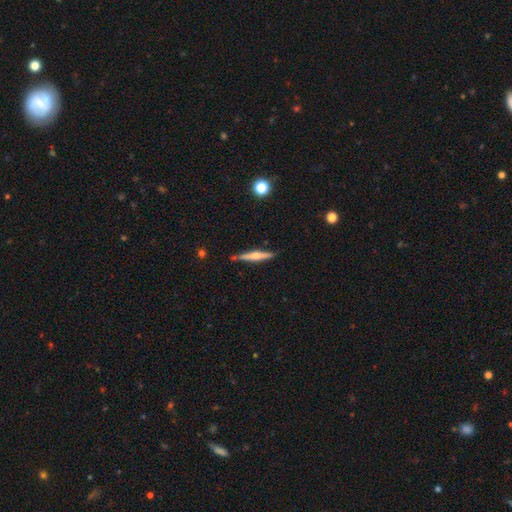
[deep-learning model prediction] This is possibly a featured or disk galaxy (57%). It is clearly viewed edge-on (97%). Edge-on bulge: clearly rounded (81%). Merging: clearly none (85%).